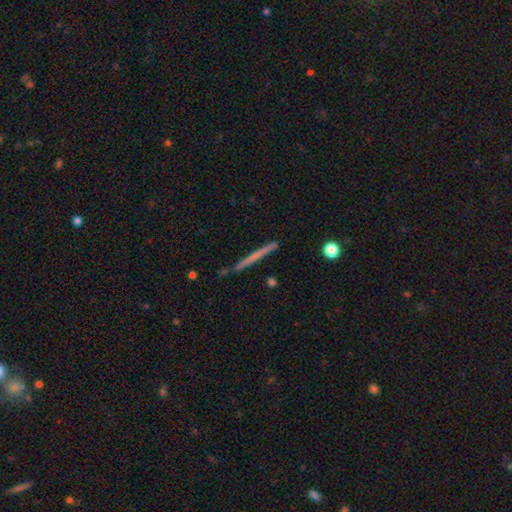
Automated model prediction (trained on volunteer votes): Smooth or featured?
  - smooth: 47% * (tied)
  - featured or disk: 47% * (tied)
  - star or artifact: 6%
Merging?
  - none: 89% *
  - minor disturbance: 8%
  - merger: 2%
  - major disturbance: 1%